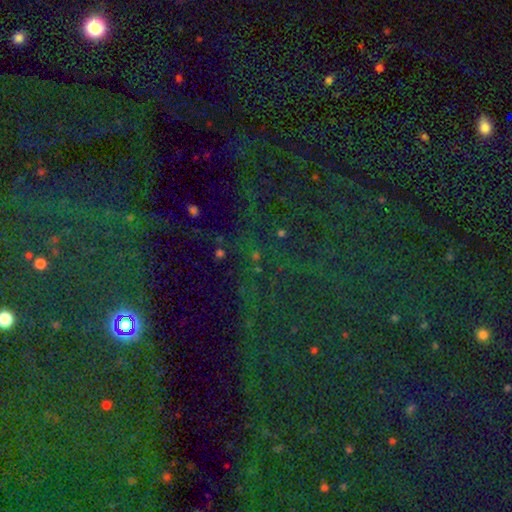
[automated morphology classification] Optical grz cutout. It shows a star or artifact, not a galaxy (68%).